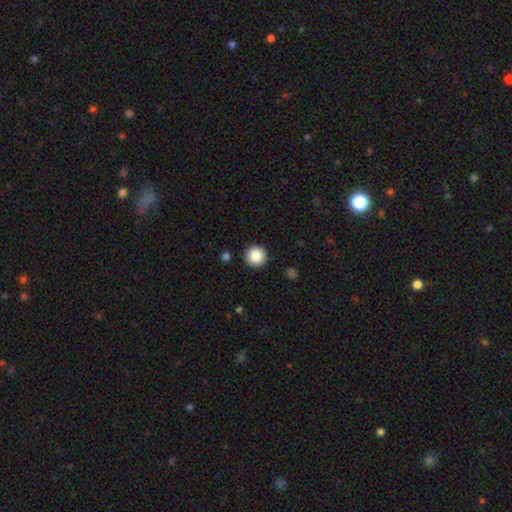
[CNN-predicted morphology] Smooth or featured?
  - smooth: 86% *
  - star or artifact: 9%
  - featured or disk: 5%
How rounded?
  - round: 96% *
  - in between: 3%
  - cigar-shaped: 1%
Merging?
  - none: 92% *
  - minor disturbance: 5%
  - major disturbance: 2%
  - merger: 1%